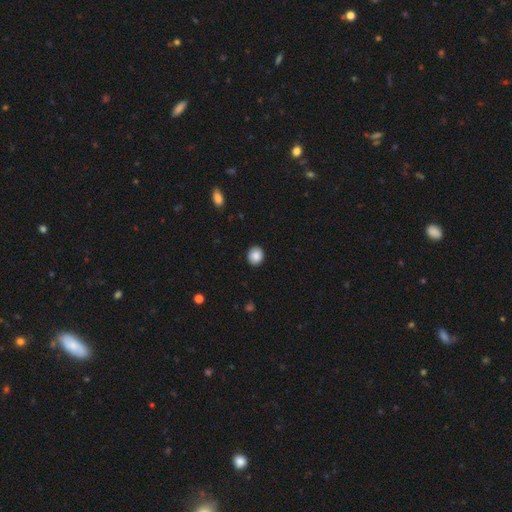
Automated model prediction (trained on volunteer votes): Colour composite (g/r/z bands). It shows a smooth galaxy with no disk features (88%) that is round (85%). Merging: none (91%).